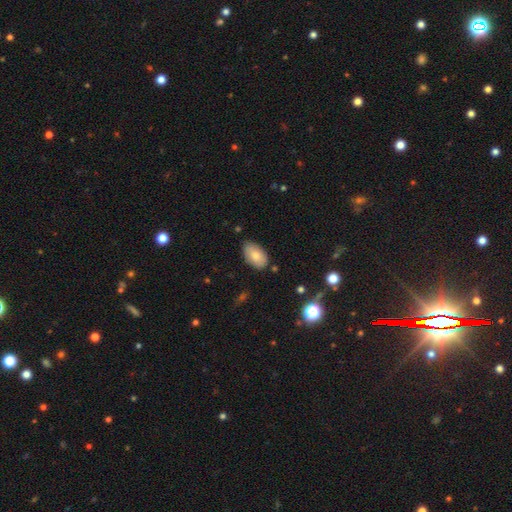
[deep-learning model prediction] A smooth galaxy with no disk features (80%) that is in between round and cigar-shaped (94%).

Vote fractions:
- Smooth or featured? smooth: 80% / featured or disk: 13% / star or artifact: 7%
- How rounded? in between: 94% / round: 5% / cigar-shaped: 1%
- Merging? none: 76% / minor disturbance: 19% / major disturbance: 3% / merger: 2%